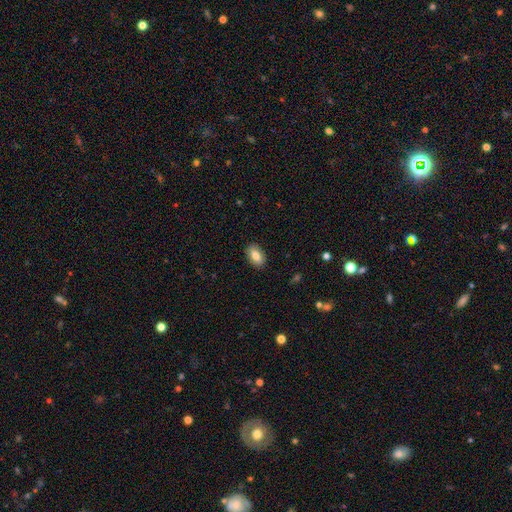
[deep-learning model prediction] A smooth galaxy with no disk features (82%) that is in between round and cigar-shaped (91%). Merging: none (89%).